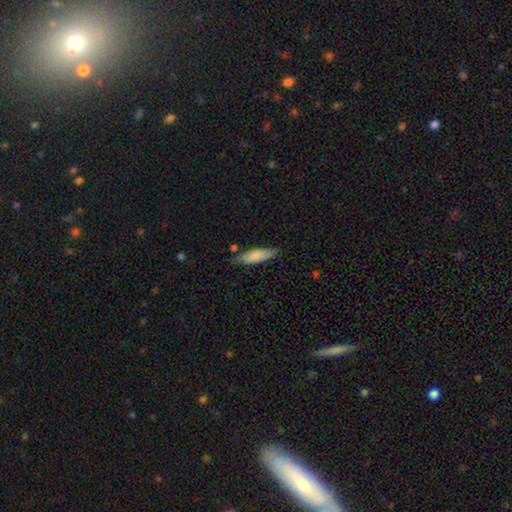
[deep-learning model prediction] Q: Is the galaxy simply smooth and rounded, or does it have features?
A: smooth — 80%.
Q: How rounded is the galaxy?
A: cigar-shaped — 50%.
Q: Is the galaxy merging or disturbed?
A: none — 70%.